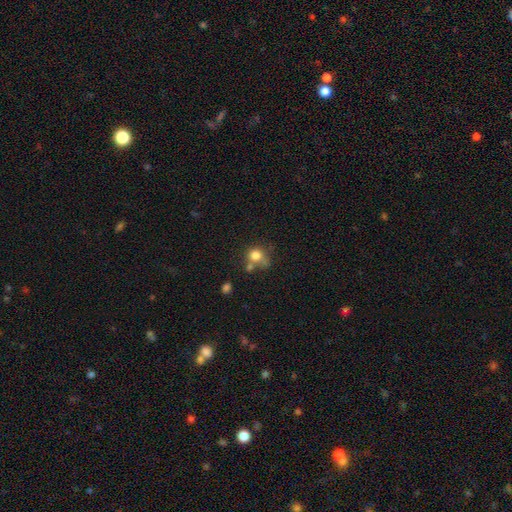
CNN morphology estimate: smooth_or_featured: smooth (p=0.78) [alt: star or artifact p=0.11]
how_rounded: round (p=0.77) [alt: in between p=0.22]
merging: none (p=0.43) [alt: merger p=0.28]